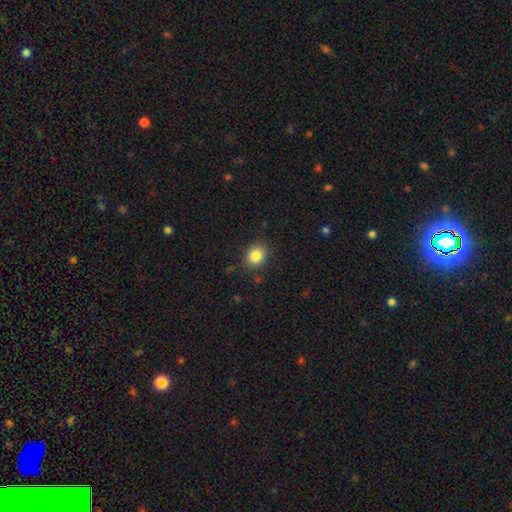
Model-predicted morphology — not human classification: smooth-or-featured: smooth: 84% | star or artifact: 10% | featured or disk: 6%
  how-rounded: round: 64% | in between: 36% | cigar-shaped: 1%
  merging: none: 85% | minor disturbance: 10% | major disturbance: 3% | merger: 2%